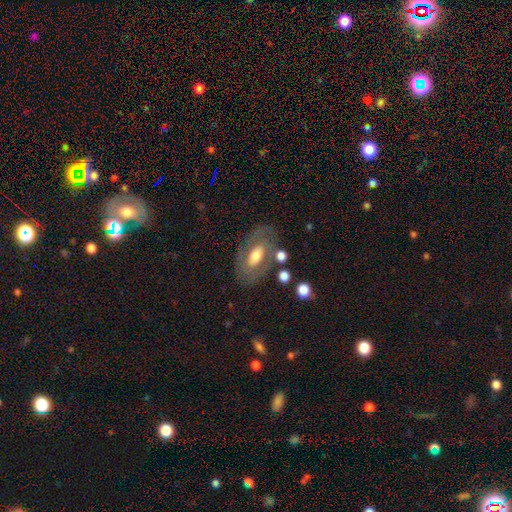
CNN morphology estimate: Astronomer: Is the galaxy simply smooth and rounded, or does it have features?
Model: featured or disk — 48% (runner-up: smooth, 44%).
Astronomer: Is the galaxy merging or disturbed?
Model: none — 70%.